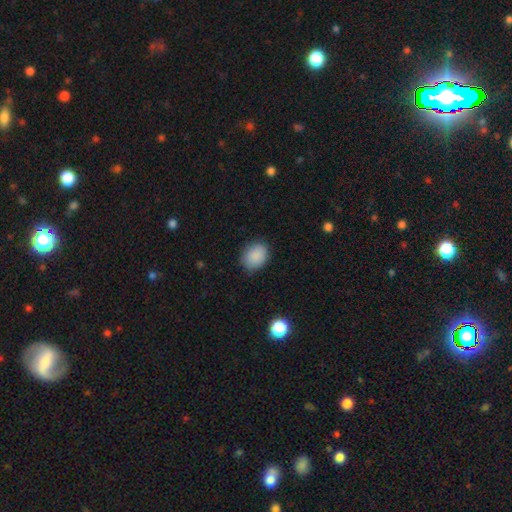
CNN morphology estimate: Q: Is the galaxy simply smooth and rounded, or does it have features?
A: smooth — 88%.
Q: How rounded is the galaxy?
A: in between — 60%.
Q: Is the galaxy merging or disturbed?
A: none — 83%.